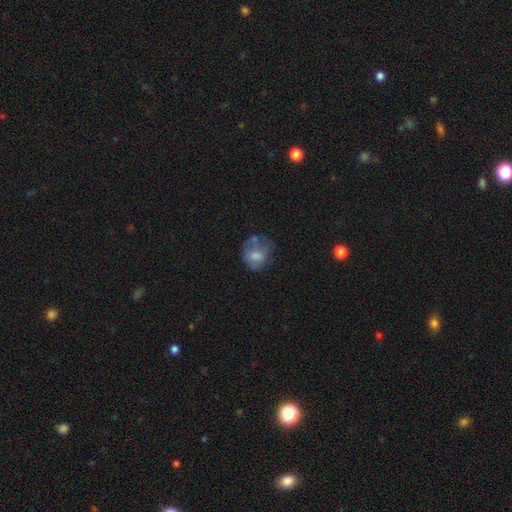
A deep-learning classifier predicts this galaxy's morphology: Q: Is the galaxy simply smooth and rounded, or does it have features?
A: smooth — 64%.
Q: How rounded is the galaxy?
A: round — 61%.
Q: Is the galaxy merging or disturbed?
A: none — 38%.